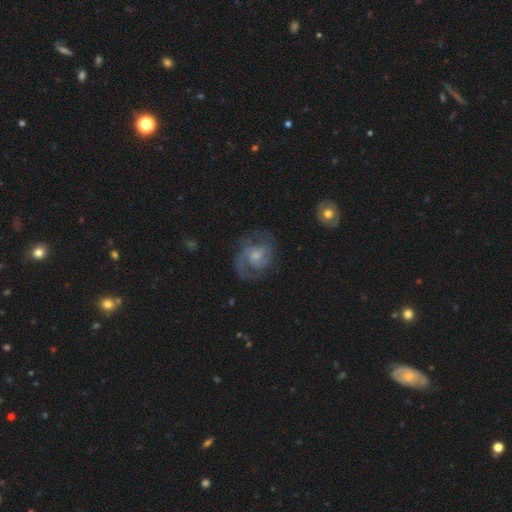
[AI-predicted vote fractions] This is likely a featured or disk galaxy (77%). It is clearly not viewed edge-on (98%). Bar: likely no (63%). Spiral arm pattern: clearly yes (92%). Spiral arm count: possibly 2 (54%). Spiral winding: possibly medium (48%). Central bulge: marginally small (44%). Merging: likely none (64%).